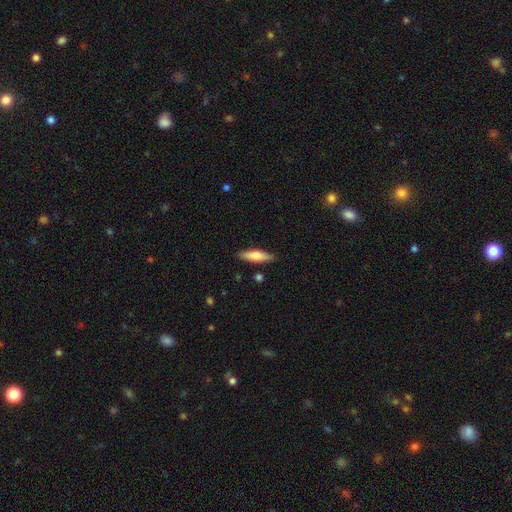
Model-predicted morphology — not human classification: The model was most divided on "how rounded": cigar-shaped: 68%, in between: 30%, round: 2%. More confident: merging — none (86%); smooth or featured — smooth (68%).